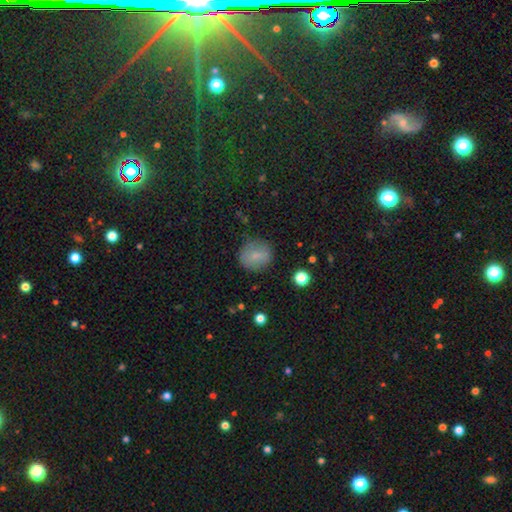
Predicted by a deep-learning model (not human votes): This appears to be a smooth galaxy with no disk features (74%) that is round (81%). Merging: none (81%).